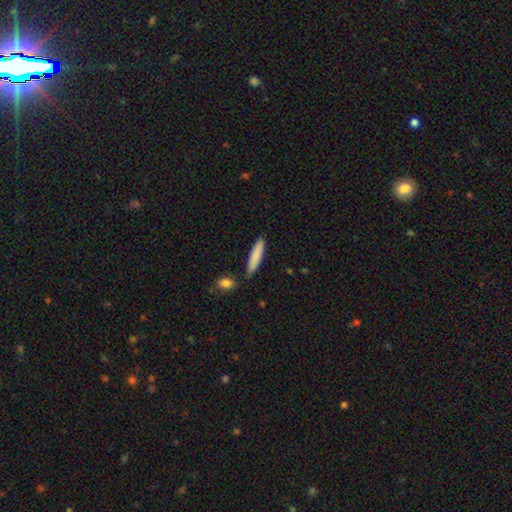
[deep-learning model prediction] Smooth or featured? Predicted: smooth (p=0.83). How rounded? Predicted: cigar-shaped (p=0.85). Merging? Predicted: none (p=0.83).